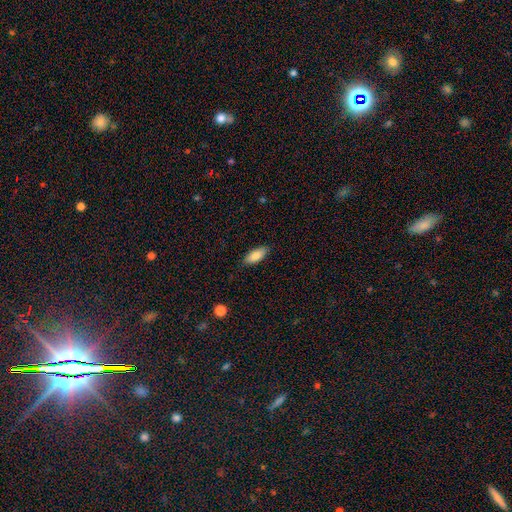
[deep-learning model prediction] Smooth or featured: smooth — 84% (featured or disk — 10%)
How rounded: in between — 81% (cigar-shaped — 17%)
Merging: none — 85% (minor disturbance — 11%)